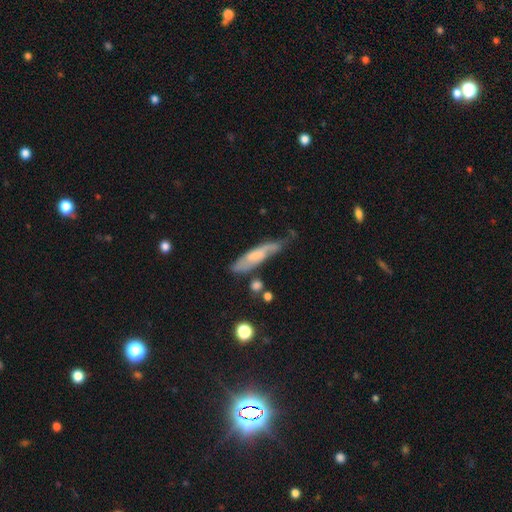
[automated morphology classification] A smooth galaxy with no disk features (48%).

Vote fractions:
- Smooth or featured? smooth: 48% / featured or disk: 45% / star or artifact: 7%
- Merging? none: 48% / minor disturbance: 33% / major disturbance: 13% / merger: 6%